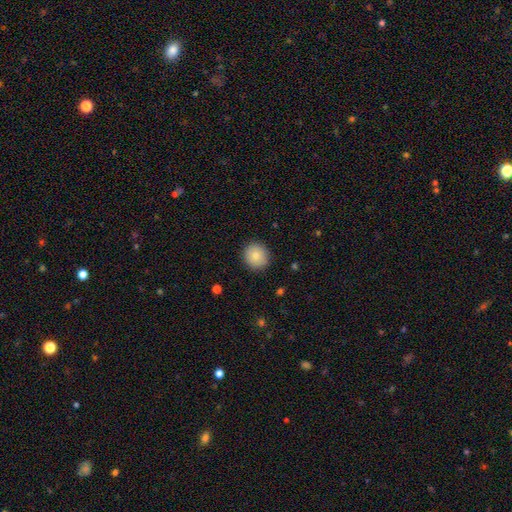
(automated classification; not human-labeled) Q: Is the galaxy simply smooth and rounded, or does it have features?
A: smooth — 79%.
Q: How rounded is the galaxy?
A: round — 91%.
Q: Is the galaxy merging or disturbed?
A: none — 90%.